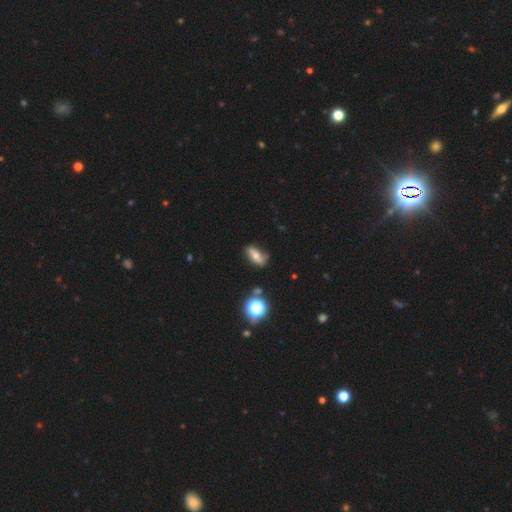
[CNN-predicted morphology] Smooth or featured? smooth (56%)
How rounded? in between (79%)
Merging? none (58%)